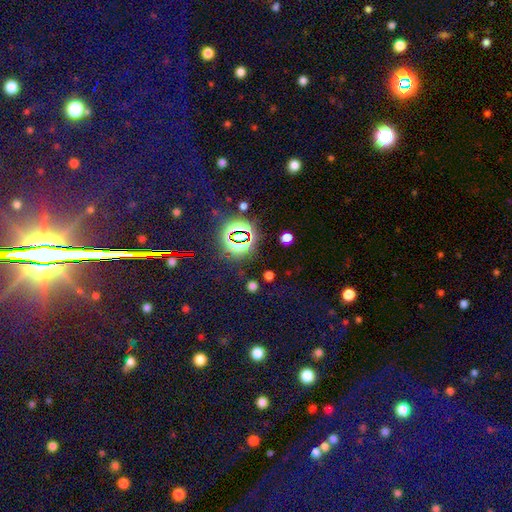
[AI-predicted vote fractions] Q: Smooth or featured?
A: star or artifact (83%); runner-up: featured or disk (9%)